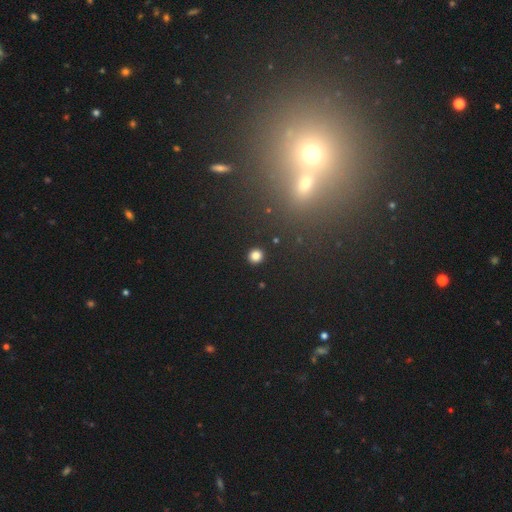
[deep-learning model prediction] smooth 82%, star or artifact 14%, featured or disk 4%. Down the decision tree: how rounded — round (92%); merging — none (92%).